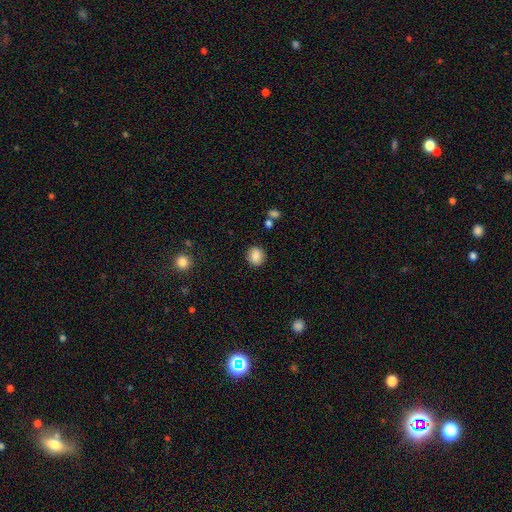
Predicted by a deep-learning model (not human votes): This appears to be a smooth galaxy with no disk features (86%) that is round (70%). Merging: none (86%).